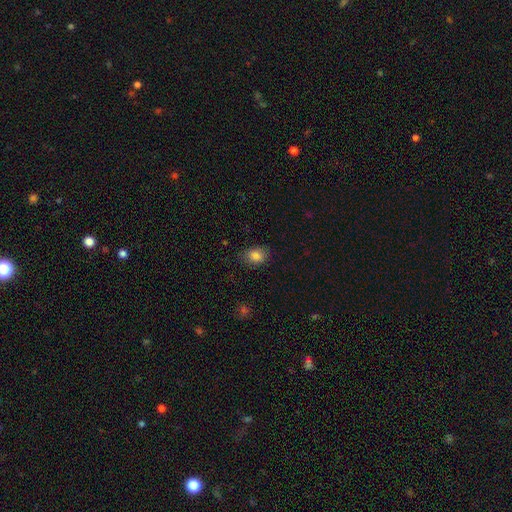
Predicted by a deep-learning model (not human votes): smooth 84%, star or artifact 10%, featured or disk 7%. Down the decision tree: how rounded — in between (68%); merging — none (79%).